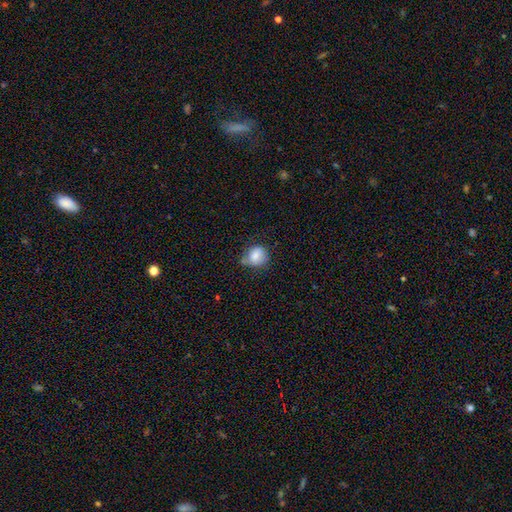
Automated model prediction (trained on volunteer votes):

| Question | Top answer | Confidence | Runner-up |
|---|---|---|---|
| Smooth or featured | smooth | 81% | featured or disk (10%) |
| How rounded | round | 72% | in between (27%) |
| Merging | none | 57% | minor disturbance (29%) |